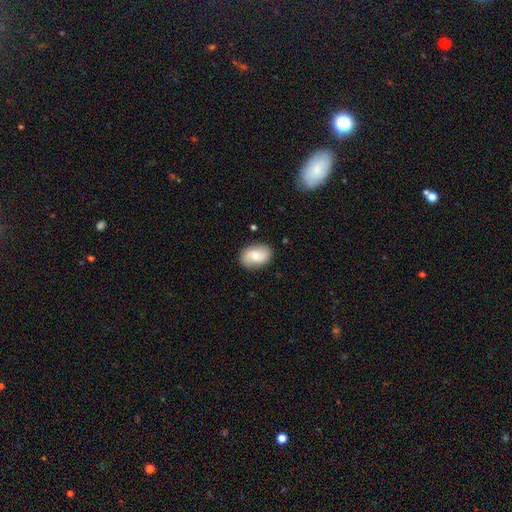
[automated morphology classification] smooth 67%, featured or disk 26%, star or artifact 7%. Down the decision tree: how rounded — in between (84%); merging — none (84%).